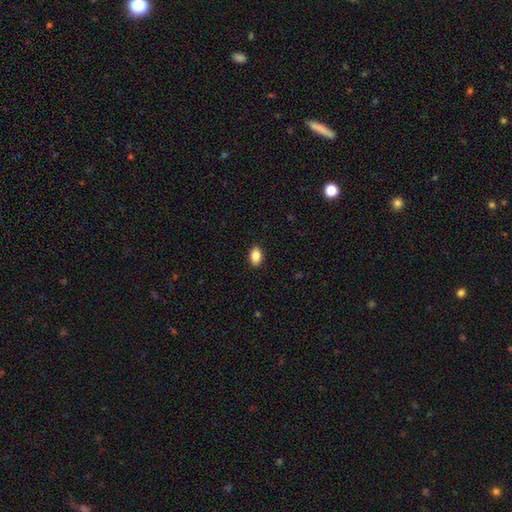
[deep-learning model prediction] Q: Smooth or featured?
A: smooth (86%); runner-up: star or artifact (8%)
Q: How rounded?
A: in between (87%); runner-up: round (11%)
Q: Merging?
A: none (90%); runner-up: minor disturbance (8%)